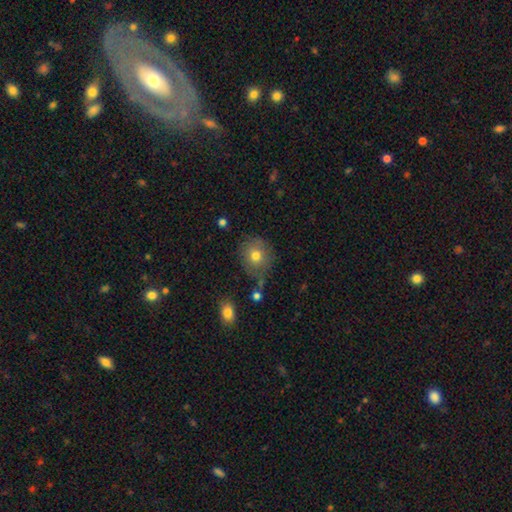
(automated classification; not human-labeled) Smooth or featured? smooth (76%)
How rounded? round (83%)
Merging? none (72%)